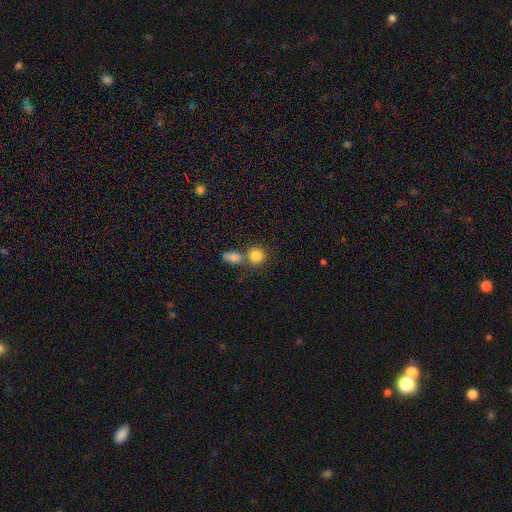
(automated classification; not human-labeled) A smooth galaxy with no disk features (84%) that is round (81%).

Vote fractions:
- Smooth or featured? smooth: 84% / star or artifact: 10% / featured or disk: 7%
- How rounded? round: 81% / in between: 17% / cigar-shaped: 1%
- Merging? none: 52% / merger: 34% / minor disturbance: 10% / major disturbance: 4%